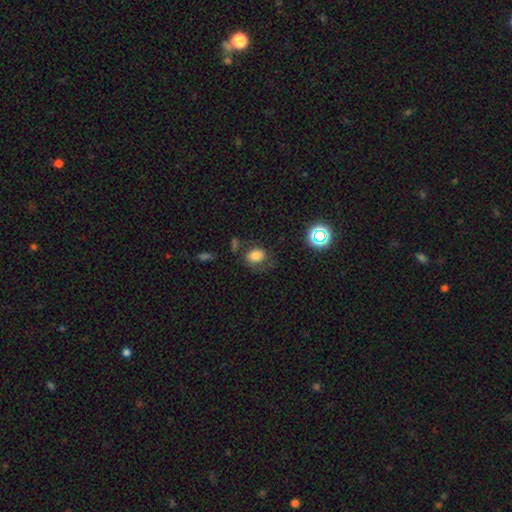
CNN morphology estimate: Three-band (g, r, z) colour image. It shows a smooth galaxy with no disk features (75%) that is in between round and cigar-shaped (61%). Merging: none (58%).